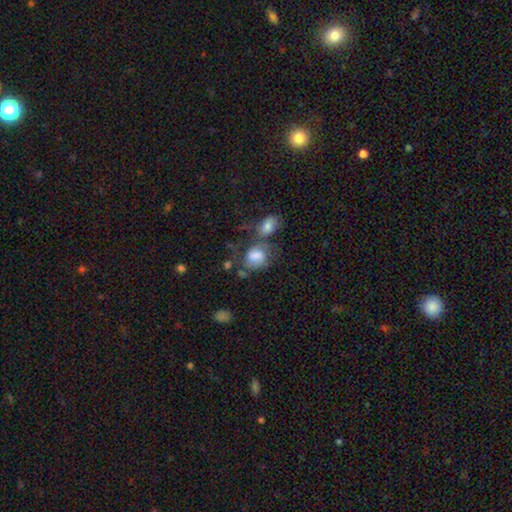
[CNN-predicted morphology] smooth_or_featured: smooth (p=0.69) [alt: featured or disk p=0.23]
how_rounded: in between (p=0.62) [alt: round p=0.37]
merging: merger (p=0.33) [alt: none p=0.32]